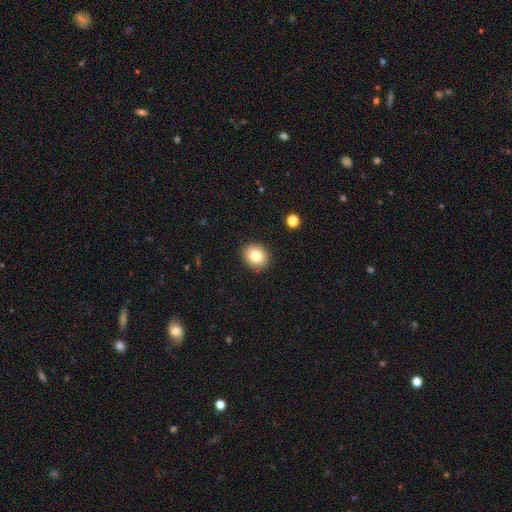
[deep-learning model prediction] smooth 80%, star or artifact 10%, featured or disk 10%. Down the decision tree: how rounded — round (66%); merging — none (91%).